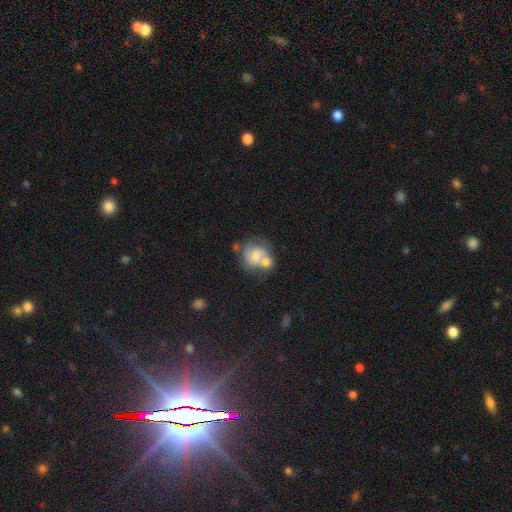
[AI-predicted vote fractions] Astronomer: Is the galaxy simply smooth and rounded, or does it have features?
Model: smooth — 50% (runner-up: featured or disk, 42%).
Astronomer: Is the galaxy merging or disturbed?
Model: merger — 53%.